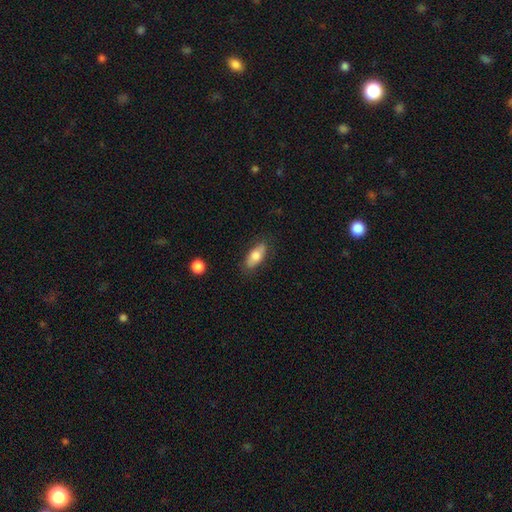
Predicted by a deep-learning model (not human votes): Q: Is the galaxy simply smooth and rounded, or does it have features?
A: smooth — 74%.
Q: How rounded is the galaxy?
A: in between — 85%.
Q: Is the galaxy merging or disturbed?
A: none — 82%.